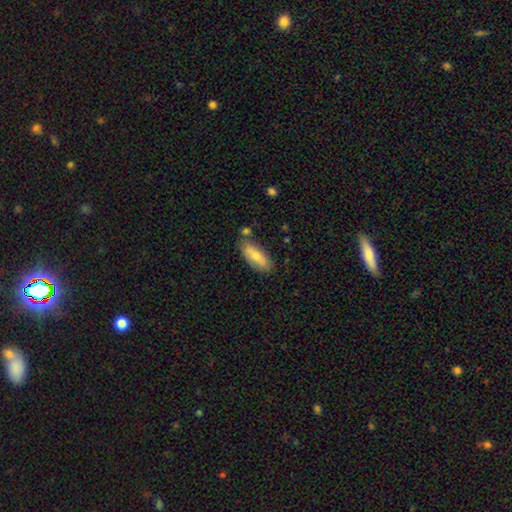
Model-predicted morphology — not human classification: Smooth or featured: smooth — 75% (featured or disk — 19%)
How rounded: in between — 76% (cigar-shaped — 22%)
Merging: none — 74% (minor disturbance — 17%)